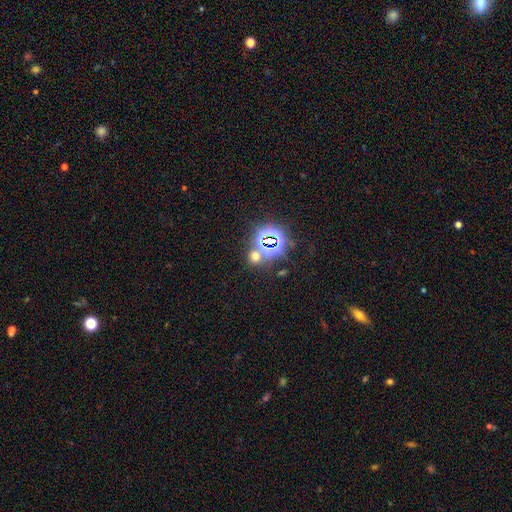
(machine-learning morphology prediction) smooth_or_featured: star or artifact (p=0.51) [alt: smooth p=0.41]